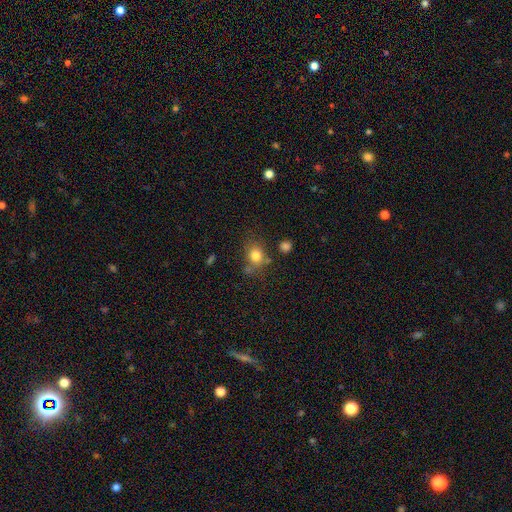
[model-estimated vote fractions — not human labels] Smooth or featured?
  - smooth: 79% *
  - star or artifact: 12%
  - featured or disk: 9%
How rounded?
  - round: 66% *
  - in between: 33%
  - cigar-shaped: 1%
Merging?
  - none: 63% *
  - minor disturbance: 19%
  - merger: 11%
  - major disturbance: 7%